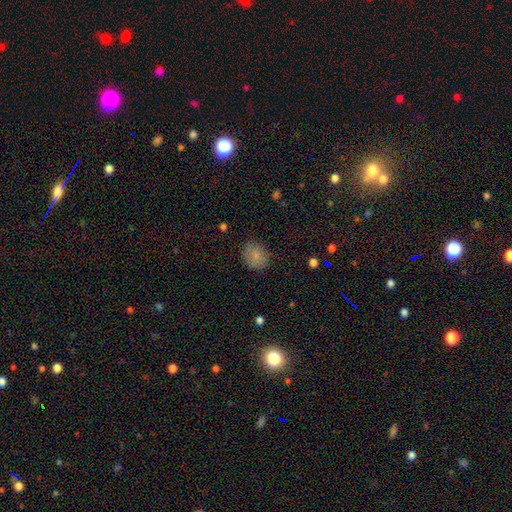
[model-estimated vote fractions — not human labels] Overall: smooth (82%). How rounded: round (62%; in between 37%). Merging: none (78%).